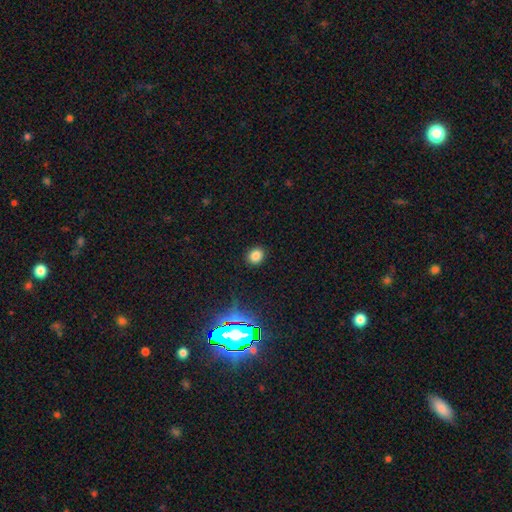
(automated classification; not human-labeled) Overall: smooth (79%). How rounded: round (73%). Merging: none (90%).